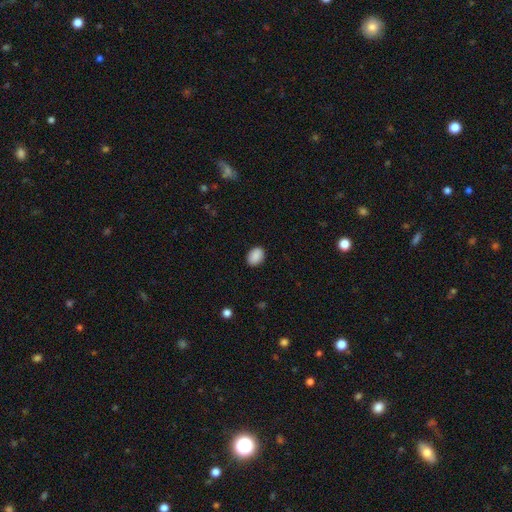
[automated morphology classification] Smooth or featured: smooth — 89% (star or artifact — 7%)
How rounded: in between — 79% (round — 20%)
Merging: none — 88% (minor disturbance — 9%)